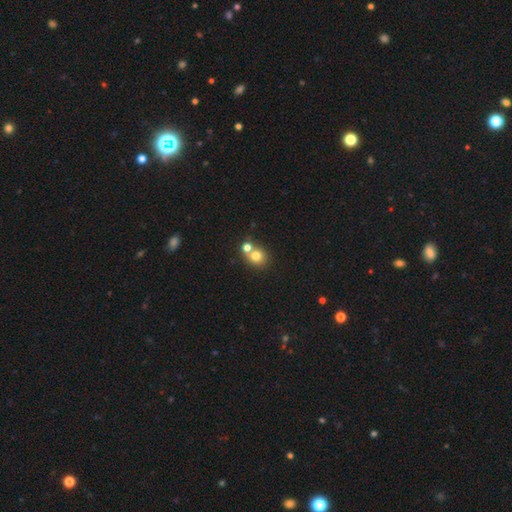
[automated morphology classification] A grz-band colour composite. It shows a smooth galaxy with no disk features (76%) that is round (80%). Merging: none (48%).